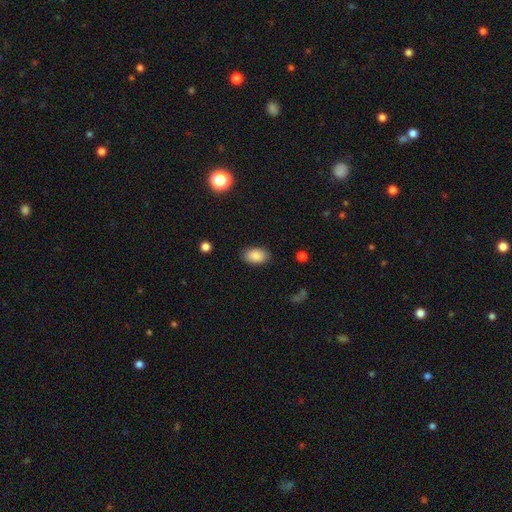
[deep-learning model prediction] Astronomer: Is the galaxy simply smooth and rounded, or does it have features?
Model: smooth — 88%.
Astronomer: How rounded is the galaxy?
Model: in between — 91%.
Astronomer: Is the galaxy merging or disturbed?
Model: none — 86%.